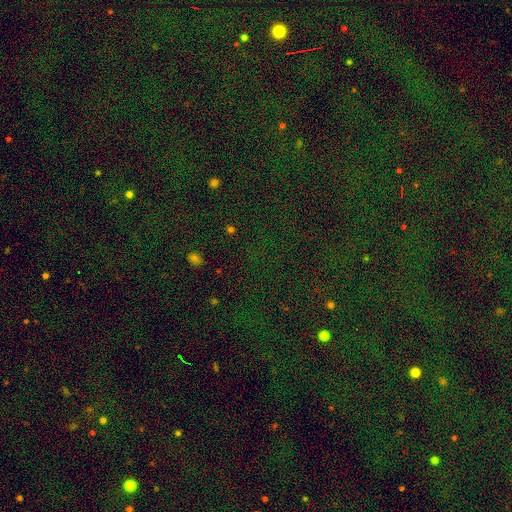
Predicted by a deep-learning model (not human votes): Overall: star or artifact (76%).